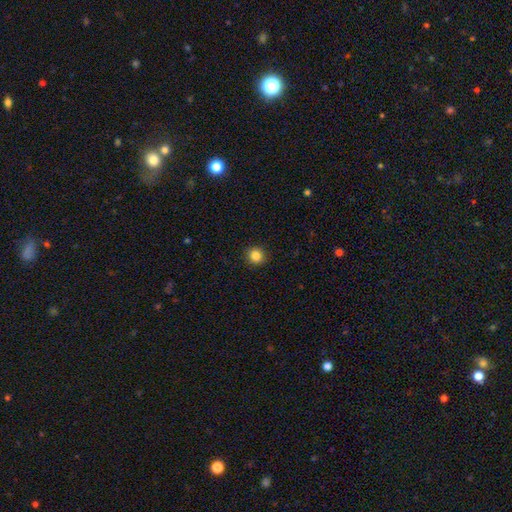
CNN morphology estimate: smooth-or-featured: smooth: 84% | star or artifact: 11% | featured or disk: 5%
  how-rounded: round: 90% | in between: 9% | cigar-shaped: 1%
  merging: none: 92% | minor disturbance: 6% | major disturbance: 2% | merger: 1%